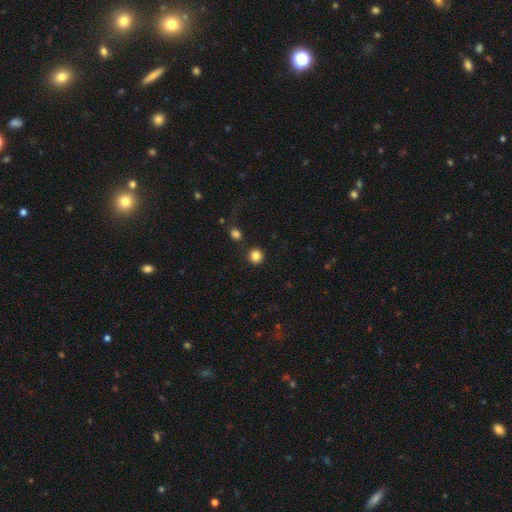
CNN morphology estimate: This appears to be a smooth galaxy with no disk features (84%) that is round (92%). Merging: none (87%).